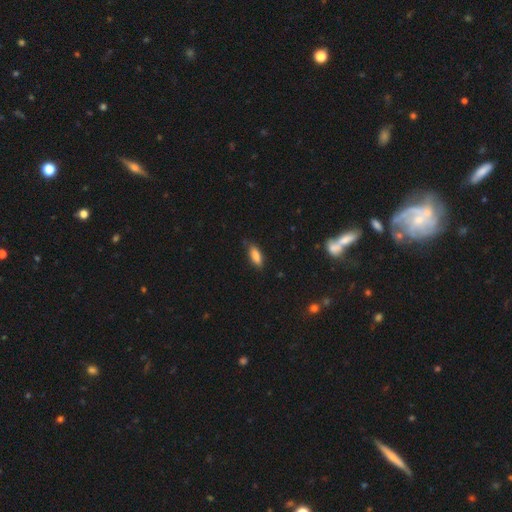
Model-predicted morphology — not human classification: Q: Smooth or featured?
A: smooth (82%); runner-up: featured or disk (11%)
Q: How rounded?
A: in between (68%); runner-up: cigar-shaped (30%)
Q: Merging?
A: none (78%); runner-up: minor disturbance (17%)